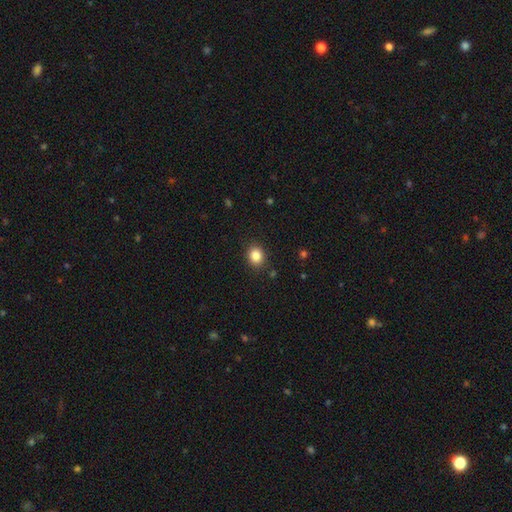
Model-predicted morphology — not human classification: smooth-or-featured: smooth: 85% | star or artifact: 11% | featured or disk: 5%
  how-rounded: round: 68% | in between: 31% | cigar-shaped: 1%
  merging: none: 88% | minor disturbance: 8% | major disturbance: 2% | merger: 1%